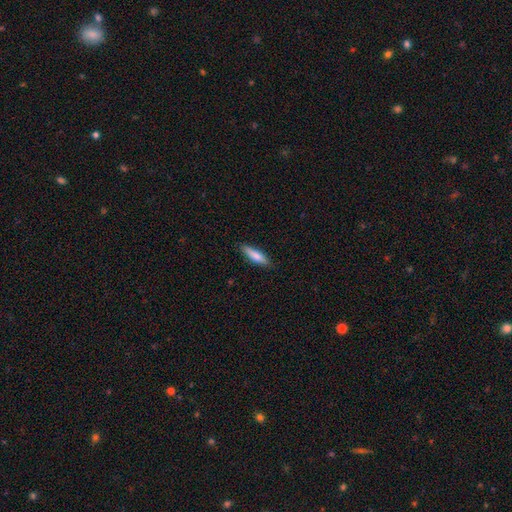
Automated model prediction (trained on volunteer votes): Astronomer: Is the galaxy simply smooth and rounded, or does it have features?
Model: smooth — 78%.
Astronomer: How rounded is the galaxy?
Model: cigar-shaped — 71%.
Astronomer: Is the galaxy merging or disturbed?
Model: none — 87%.